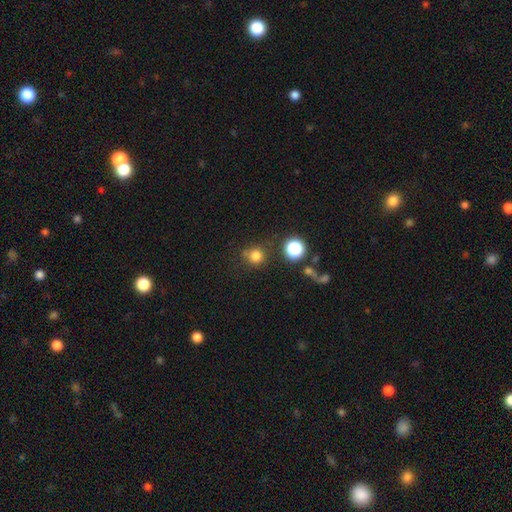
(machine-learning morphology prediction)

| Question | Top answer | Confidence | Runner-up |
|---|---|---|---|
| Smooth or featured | smooth | 78% | star or artifact (16%) |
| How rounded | round | 90% | in between (9%) |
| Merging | none | 72% | minor disturbance (15%) |